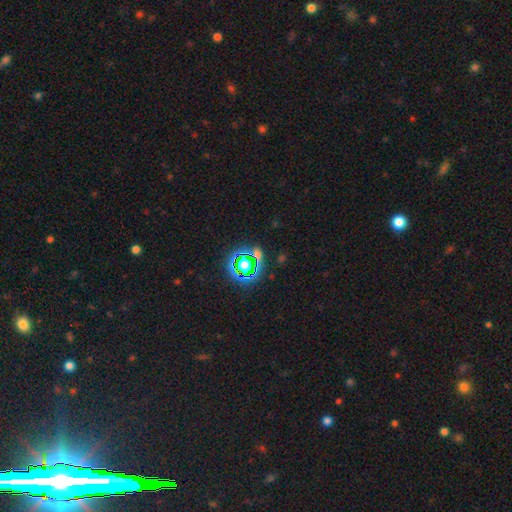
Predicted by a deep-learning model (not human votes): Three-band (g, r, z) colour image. It shows a star or artifact, not a galaxy (73%).